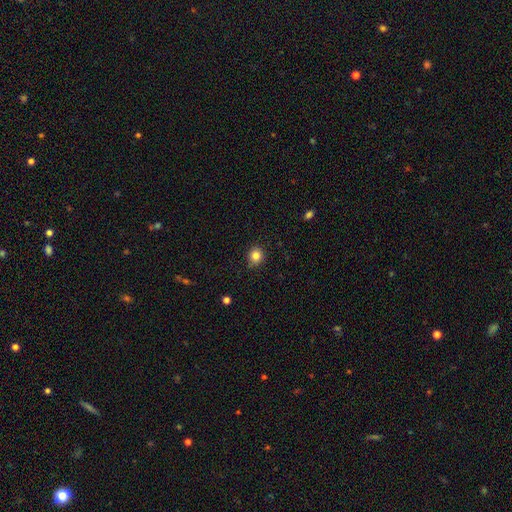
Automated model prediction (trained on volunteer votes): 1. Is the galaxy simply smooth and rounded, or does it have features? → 83% smooth, 11% star or artifact, 6% featured or disk.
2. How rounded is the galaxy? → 82% round, 17% in between, 1% cigar-shaped.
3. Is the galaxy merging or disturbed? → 82% none, 14% minor disturbance, 2% major disturbance, 1% merger.